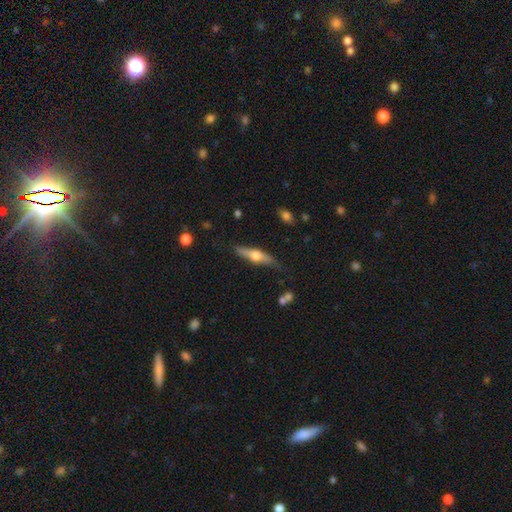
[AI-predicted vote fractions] Smooth or featured: featured or disk — 55% (smooth — 39%)
Edge-on disk: yes — 93% (no — 7%)
Edge-on bulge: rounded — 93% (boxy — 4%)
Merging: none — 78% (minor disturbance — 16%)